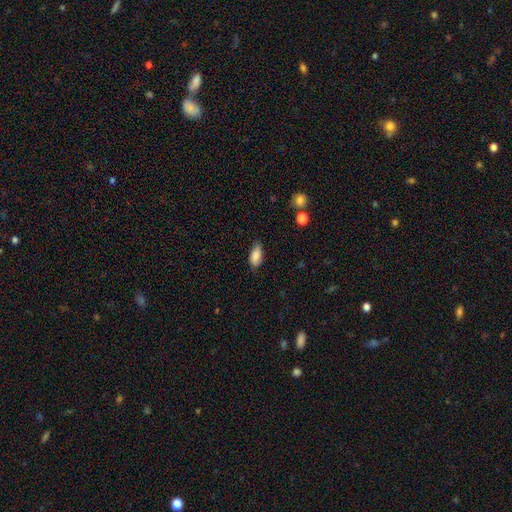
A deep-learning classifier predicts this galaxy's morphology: Smooth or featured? smooth (86%)
How rounded? in between (88%)
Merging? none (76%)